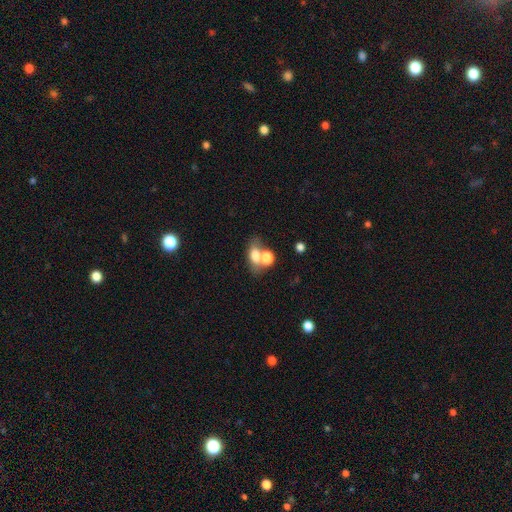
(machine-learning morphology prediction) A smooth galaxy with no disk features (69%) that is in between round and cigar-shaped (74%). Merging: merger (41%).